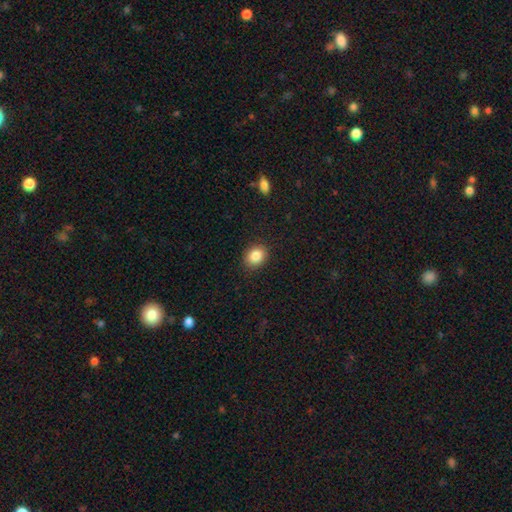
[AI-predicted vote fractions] smooth 86%, star or artifact 9%, featured or disk 5%. Down the decision tree: how rounded — round (51%); merging — none (89%).